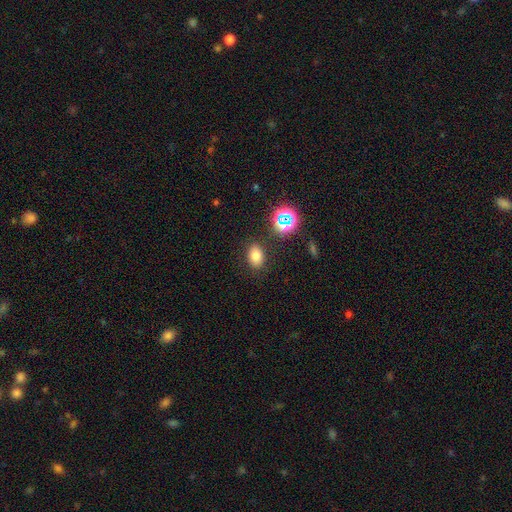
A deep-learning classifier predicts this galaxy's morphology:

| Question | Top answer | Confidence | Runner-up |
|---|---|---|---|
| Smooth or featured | smooth | 74% | star or artifact (17%) |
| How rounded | in between | 75% | round (24%) |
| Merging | none | 85% | minor disturbance (10%) |